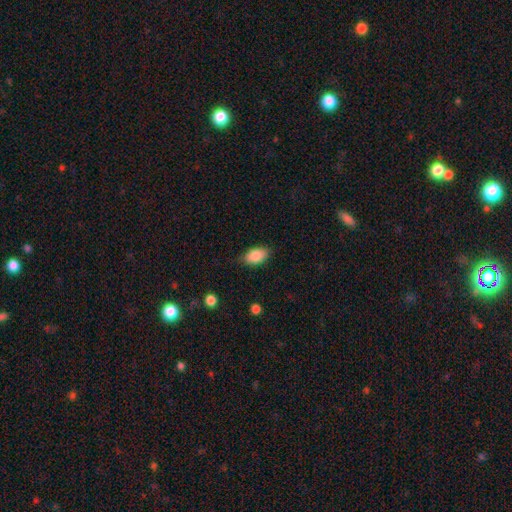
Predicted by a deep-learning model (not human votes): smooth_or_featured: smooth (p=0.87) [alt: star or artifact p=0.07]
how_rounded: in between (p=0.92) [alt: round p=0.06]
merging: none (p=0.79) [alt: minor disturbance p=0.17]